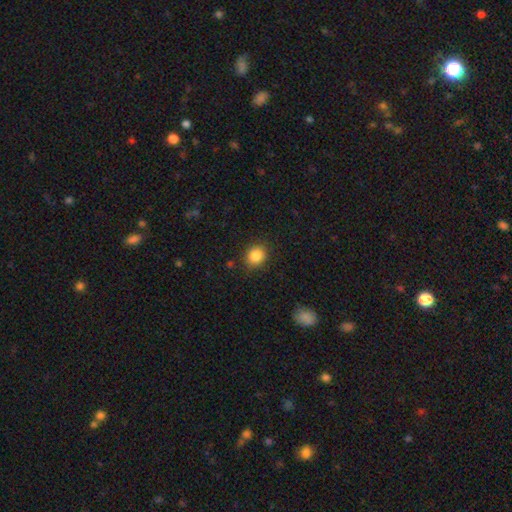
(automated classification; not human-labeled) Overall: smooth (86%). How rounded: round (70%). Merging: none (85%).